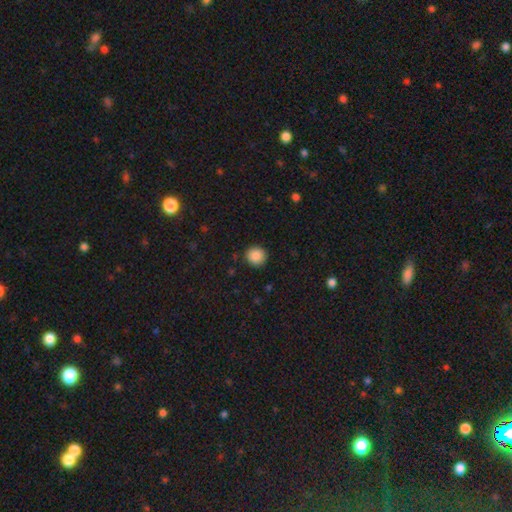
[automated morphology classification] Smooth or featured? smooth (87%)
How rounded? round (91%)
Merging? none (91%)